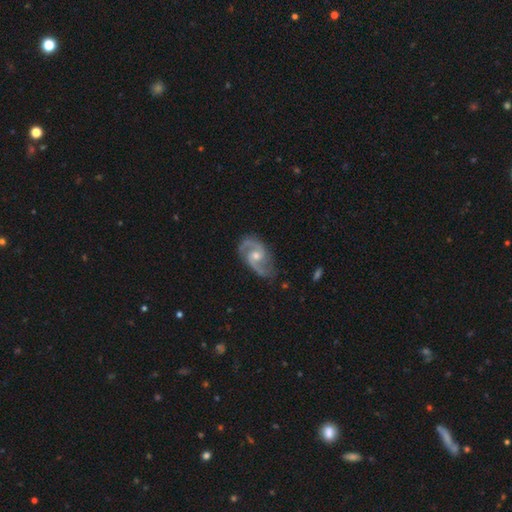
This is clearly a featured or disk galaxy (89%). It is clearly not viewed edge-on (97%). Bar: likely no (62%). Spiral arm pattern: clearly yes (97%). Spiral arm count: clearly 2 (100%). Spiral winding: possibly medium (55%). Central bulge: likely moderate (78%). Merging: clearly none (80%).